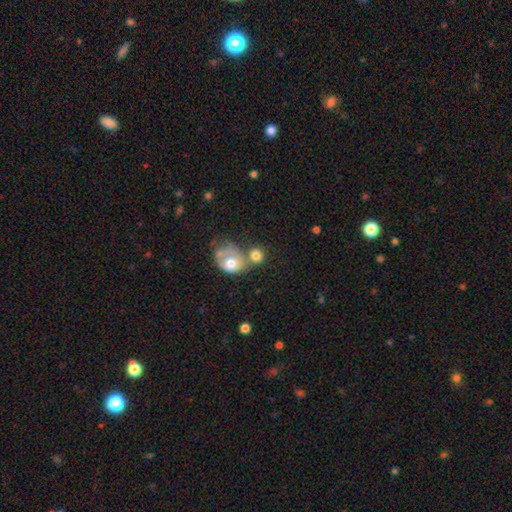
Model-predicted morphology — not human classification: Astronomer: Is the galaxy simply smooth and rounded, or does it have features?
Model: smooth — 76%.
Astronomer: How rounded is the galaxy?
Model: round — 71%.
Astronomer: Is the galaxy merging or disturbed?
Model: merger — 49% (runner-up: none, 32%).